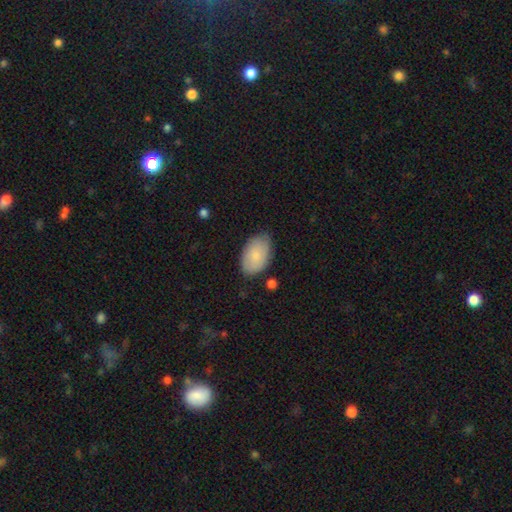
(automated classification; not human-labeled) smooth 80%, featured or disk 13%, star or artifact 6%. Down the decision tree: how rounded — in between (92%); merging — none (72%).